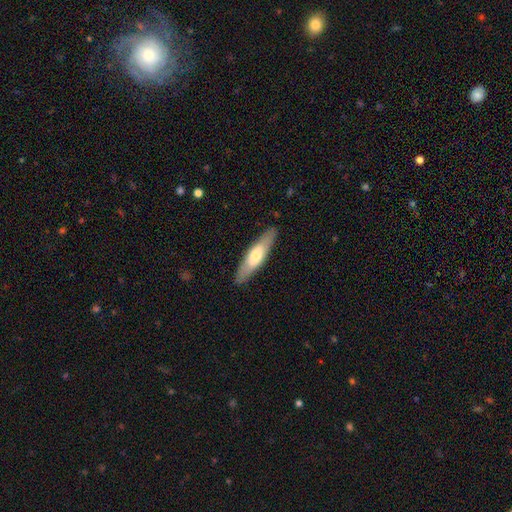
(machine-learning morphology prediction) A smooth galaxy with no disk features (58%) that is cigar-shaped (72%). Merging: none (88%).